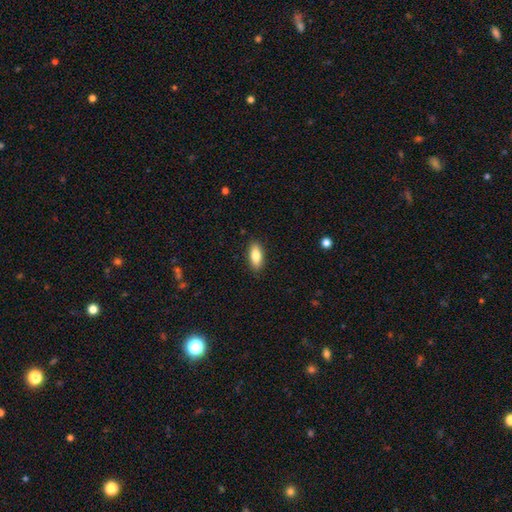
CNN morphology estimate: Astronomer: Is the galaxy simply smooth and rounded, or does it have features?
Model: smooth — 82%.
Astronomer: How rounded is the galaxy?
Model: in between — 82%.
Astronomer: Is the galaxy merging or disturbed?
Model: none — 89%.